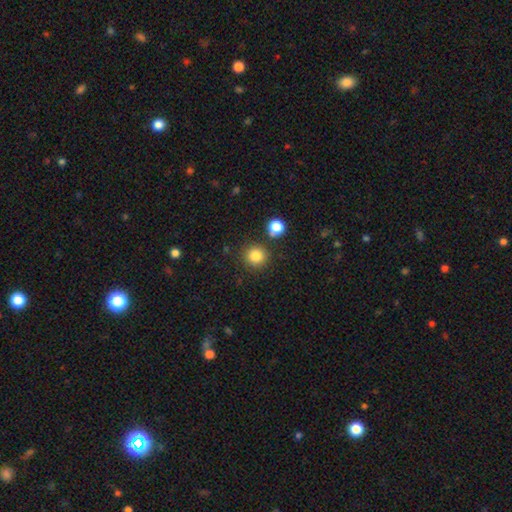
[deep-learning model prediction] A smooth galaxy with no disk features (83%) that is round (92%). Merging: none (84%).